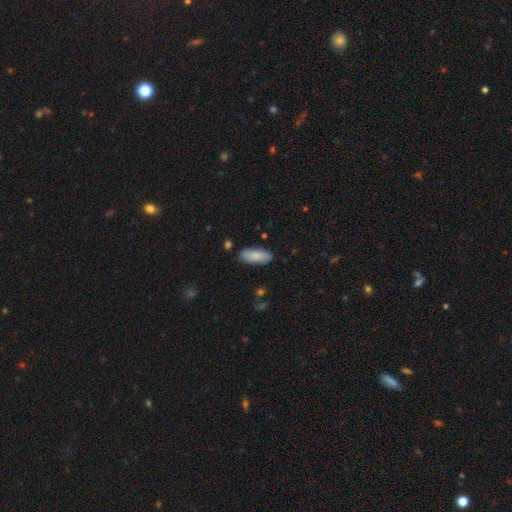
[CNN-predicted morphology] This is clearly a smooth galaxy (84%). How rounded: likely in between (79%). Merging: clearly none (85%).